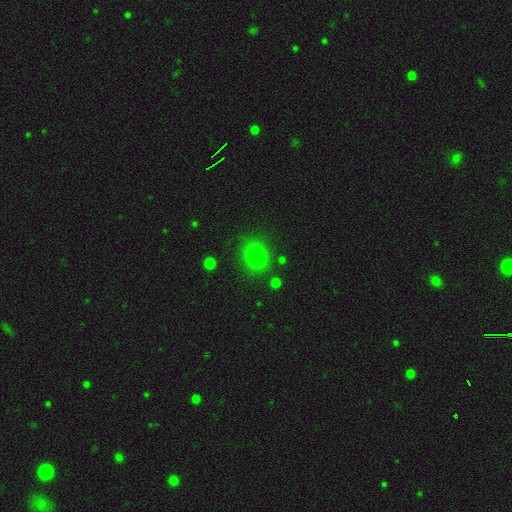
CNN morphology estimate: Q: Smooth or featured?
A: smooth (80%); runner-up: star or artifact (14%)
Q: How rounded?
A: round (62%); runner-up: in between (37%)
Q: Merging?
A: none (84%); runner-up: minor disturbance (10%)